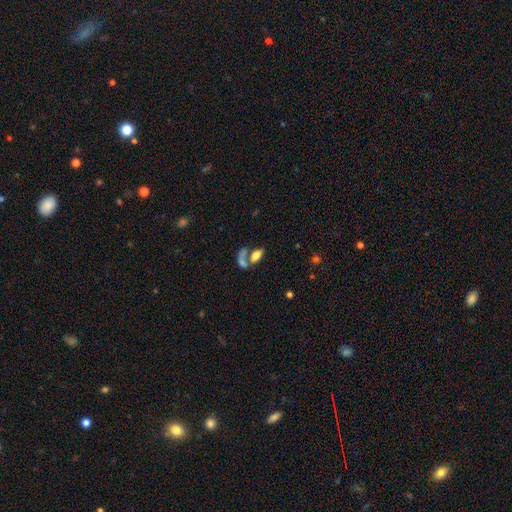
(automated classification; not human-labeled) Overall: smooth (70%). How rounded: in between (85%). Merging: merger (53%; none 31%).